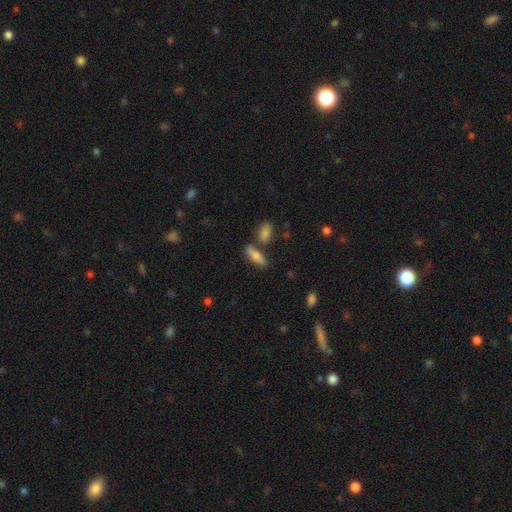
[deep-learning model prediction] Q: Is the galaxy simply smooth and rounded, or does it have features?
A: smooth — 77%.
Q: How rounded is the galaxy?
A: in between — 56%.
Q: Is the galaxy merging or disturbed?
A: none — 65%.